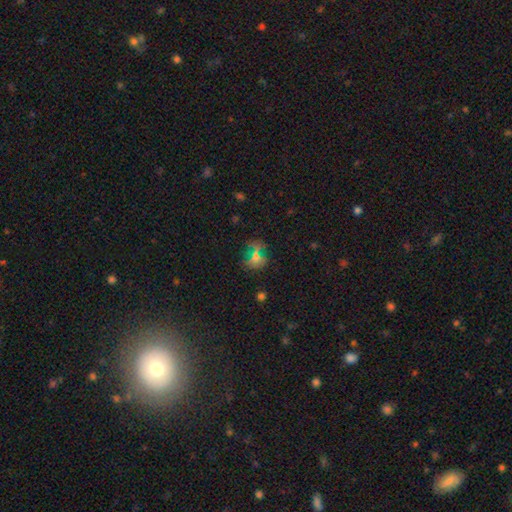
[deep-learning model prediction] A smooth galaxy with no disk features (56%) that is round (71%). Merging: none (71%).